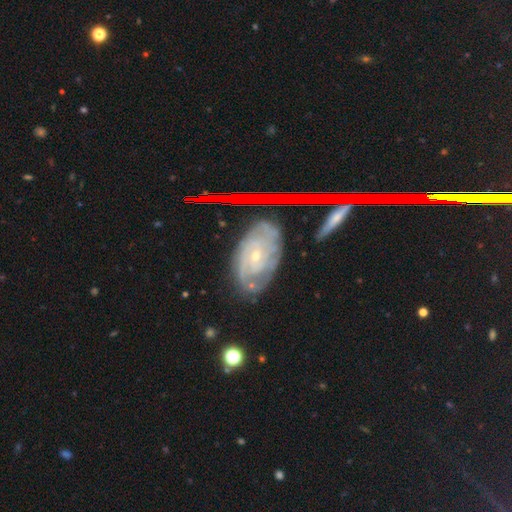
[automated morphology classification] smooth_or_featured: featured or disk (p=0.77) [alt: smooth p=0.14]
disk_edge_on: no (p=0.94) [alt: yes p=0.06]
bar: no (p=0.63) [alt: weak p=0.29]
has_spiral_arms: yes (p=0.92) [alt: no p=0.08]
spiral_winding: tight (p=0.66) [alt: medium p=0.26]
spiral_arm_count: can't tell (p=0.42) [alt: 2 p=0.26]
bulge_size: small (p=0.73) [alt: moderate p=0.24]
merging: none (p=0.72) [alt: minor disturbance p=0.19]